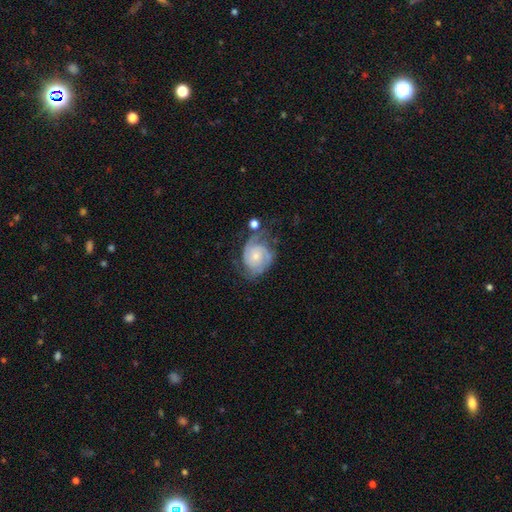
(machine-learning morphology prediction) A featured or disk galaxy (79%) with no bar (74%), 2 (54%) tight (53%) spiral arms (94%) and a small central bulge (61%). Merging: none (49%).